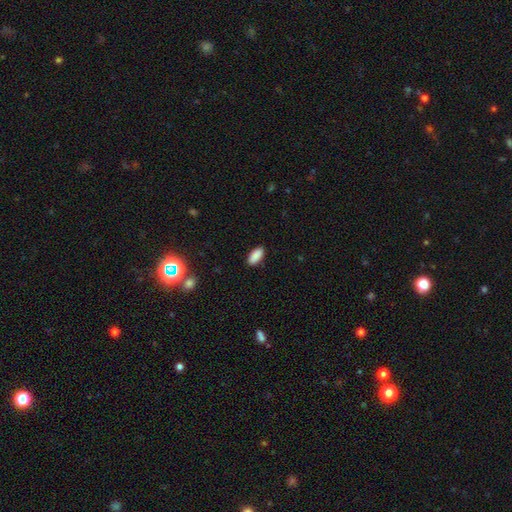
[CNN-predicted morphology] smooth 89%, star or artifact 7%, featured or disk 4%. Down the decision tree: how rounded — in between (89%); merging — none (88%).